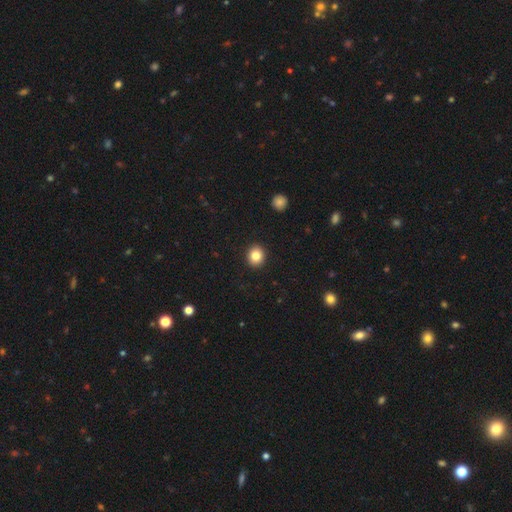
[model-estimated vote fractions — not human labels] This appears to be a smooth galaxy with no disk features (83%) that is round (79%). Merging: none (92%).